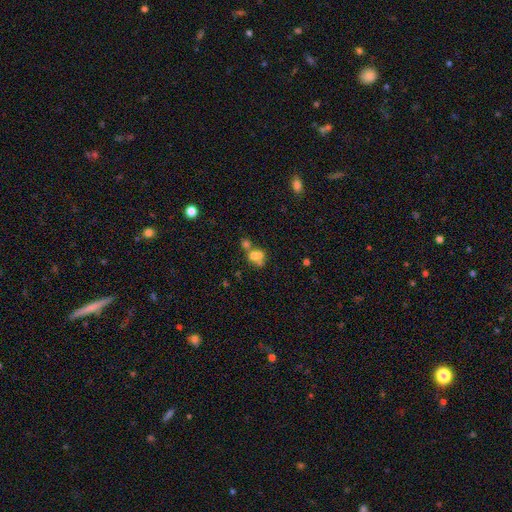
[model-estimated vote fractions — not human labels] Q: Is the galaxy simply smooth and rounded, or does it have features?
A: smooth — 65%.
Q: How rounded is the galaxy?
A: in between — 55%.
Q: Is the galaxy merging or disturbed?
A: merger — 56%.